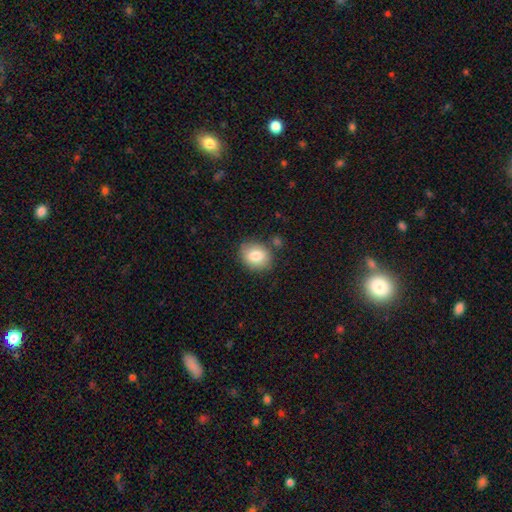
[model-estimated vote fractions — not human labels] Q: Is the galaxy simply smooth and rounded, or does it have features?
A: smooth — 82%.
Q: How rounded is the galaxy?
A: round — 53%.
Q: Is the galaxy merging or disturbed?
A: none — 79%.